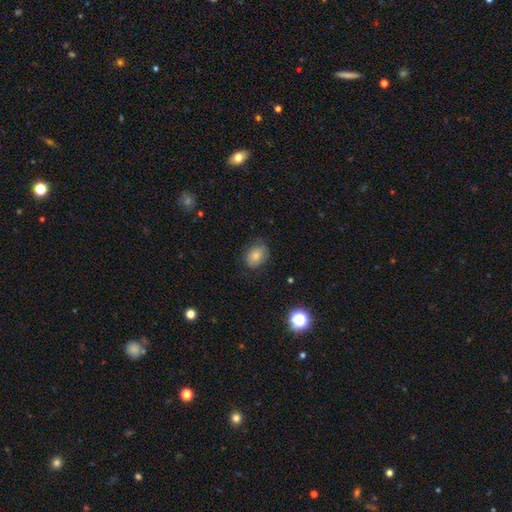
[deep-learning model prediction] The model was most divided on "how rounded": in between: 65%, round: 34%, cigar-shaped: 1%. More confident: smooth or featured — smooth (80%); merging — none (74%).